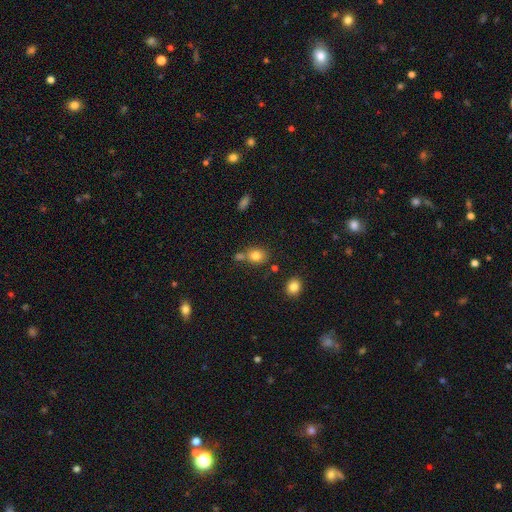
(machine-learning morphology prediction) Smooth or featured?
  - smooth: 80% *
  - star or artifact: 12%
  - featured or disk: 8%
How rounded?
  - round: 61% *
  - in between: 38%
  - cigar-shaped: 1%
Merging?
  - none: 61% *
  - merger: 23%
  - minor disturbance: 12%
  - major disturbance: 4%